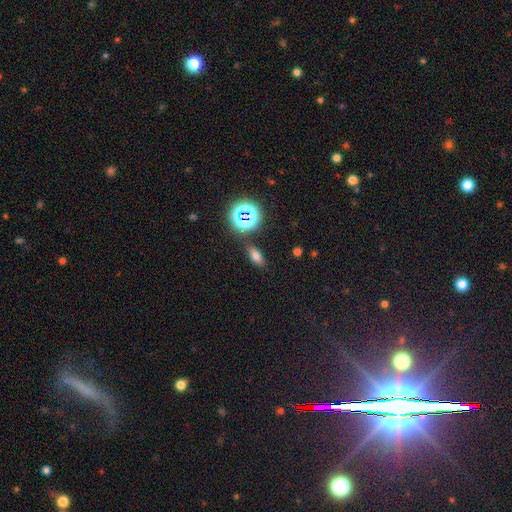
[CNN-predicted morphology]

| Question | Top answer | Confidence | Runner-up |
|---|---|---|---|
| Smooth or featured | smooth | 66% | star or artifact (23%) |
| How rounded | in between | 75% | cigar-shaped (13%) |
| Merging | none | 84% | minor disturbance (9%) |